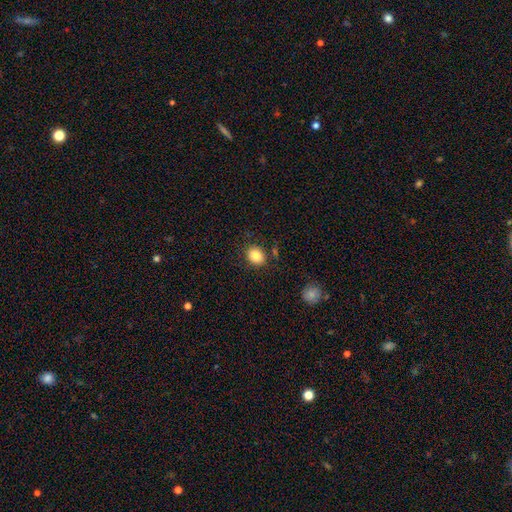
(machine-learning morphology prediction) smooth-or-featured: smooth: 85% | star or artifact: 9% | featured or disk: 6%
  how-rounded: round: 58% | in between: 41% | cigar-shaped: 1%
  merging: none: 83% | minor disturbance: 10% | major disturbance: 3% | merger: 3%